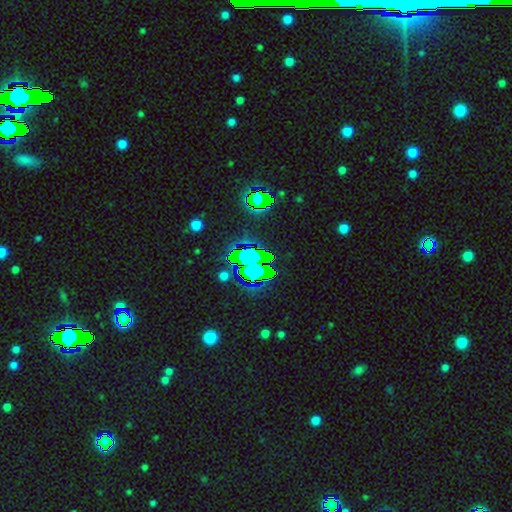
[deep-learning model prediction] Smooth or featured: star or artifact — 70% (smooth — 18%)